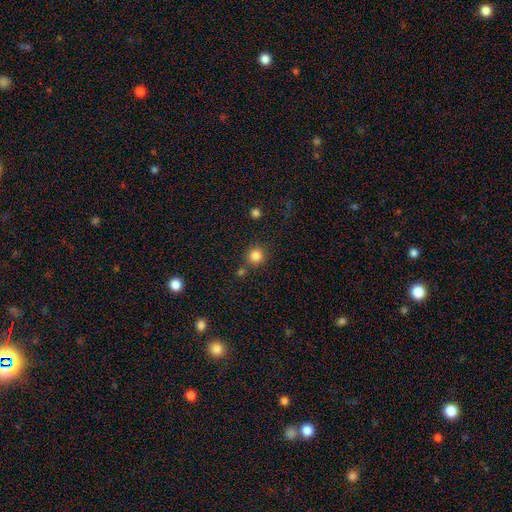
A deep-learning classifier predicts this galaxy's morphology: Smooth or featured: smooth — 84% (star or artifact — 12%)
How rounded: round — 92% (in between — 7%)
Merging: none — 80% (minor disturbance — 8%)